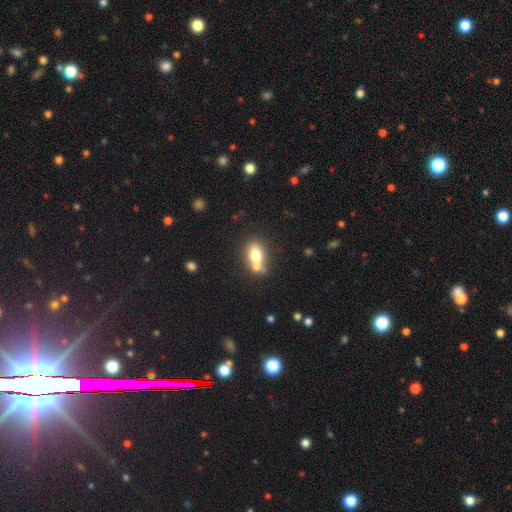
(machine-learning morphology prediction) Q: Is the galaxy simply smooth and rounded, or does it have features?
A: smooth — 70%.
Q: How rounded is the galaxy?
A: in between — 73%.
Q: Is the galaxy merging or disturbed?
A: none — 44%.